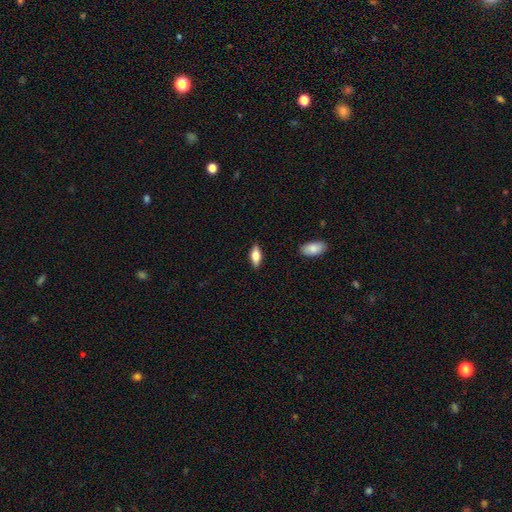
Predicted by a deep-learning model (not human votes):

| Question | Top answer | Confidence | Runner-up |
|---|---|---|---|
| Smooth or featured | smooth | 71% | featured or disk (23%) |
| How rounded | in between | 79% | cigar-shaped (19%) |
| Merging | none | 87% | minor disturbance (9%) |